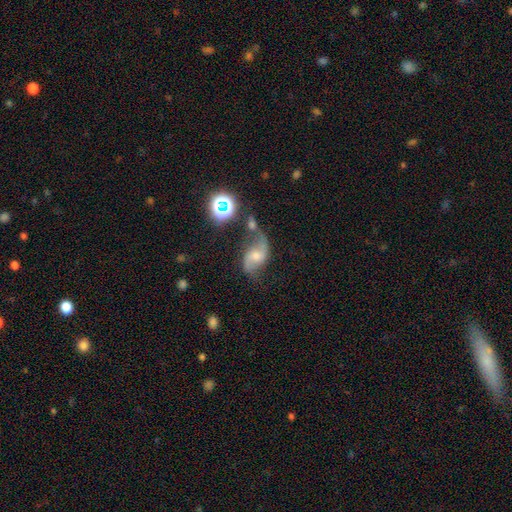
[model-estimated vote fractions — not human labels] Smooth or featured? Predicted: featured or disk (p=0.77). Edge-on disk? Predicted: no (p=0.97). Bar? Predicted: no (p=0.49). Spiral arms? Predicted: yes (p=0.94). Spiral winding? Predicted: loose (p=0.67). Spiral arm count? Predicted: 2 (p=0.90). Bulge size? Predicted: moderate (p=0.51). Merging? Predicted: none (p=0.51).